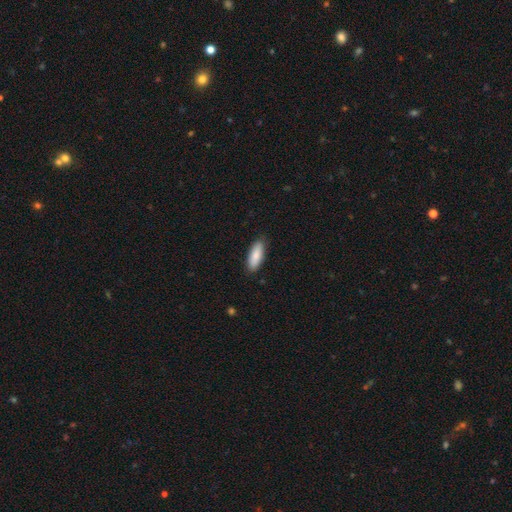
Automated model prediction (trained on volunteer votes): Overall: smooth (85%). How rounded: in between (64%; cigar-shaped 34%). Merging: none (87%).